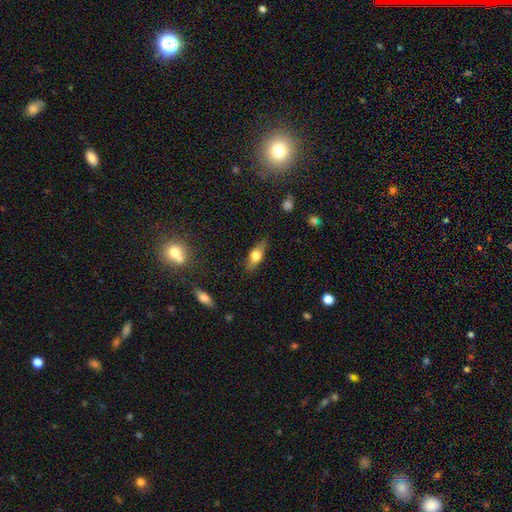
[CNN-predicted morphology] Smooth or featured: smooth — 55% (featured or disk — 37%)
How rounded: in between — 60% (cigar-shaped — 33%)
Merging: none — 81% (minor disturbance — 14%)